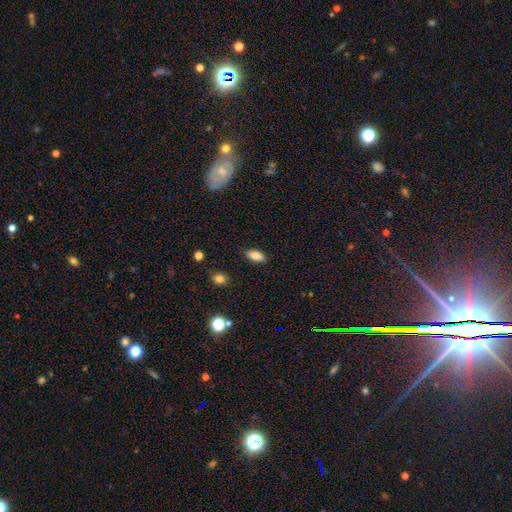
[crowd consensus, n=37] This is clearly a smooth galaxy (86%). How rounded: clearly in between (84%). Merging: clearly none (80%).